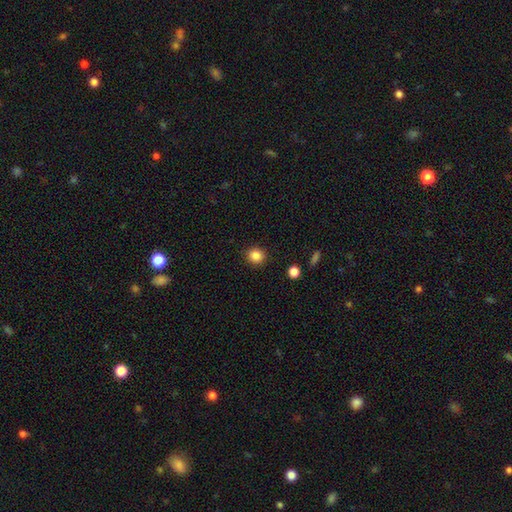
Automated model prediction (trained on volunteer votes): Overall: smooth (85%). How rounded: round (89%). Merging: none (91%).